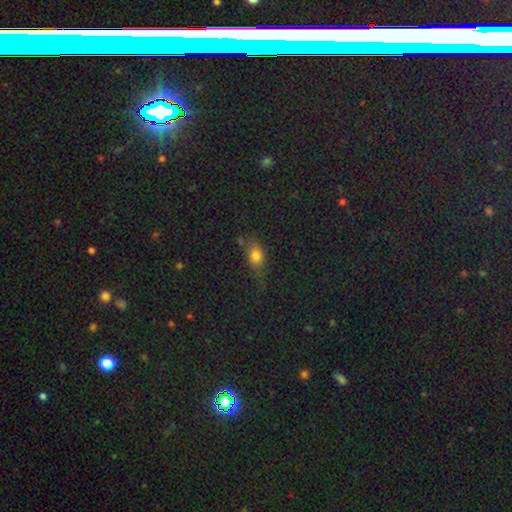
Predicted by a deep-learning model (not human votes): Smooth or featured?
  - smooth: 75% *
  - star or artifact: 14%
  - featured or disk: 10%
How rounded?
  - in between: 62% *
  - round: 32%
  - cigar-shaped: 6%
Merging?
  - none: 61% *
  - minor disturbance: 24%
  - major disturbance: 10%
  - merger: 5%